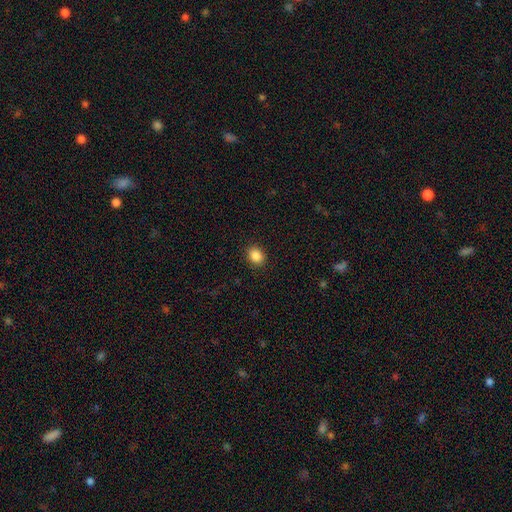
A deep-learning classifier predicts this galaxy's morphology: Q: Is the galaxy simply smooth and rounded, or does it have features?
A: smooth — 87%.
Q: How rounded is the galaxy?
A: round — 53%.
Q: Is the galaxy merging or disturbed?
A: none — 90%.